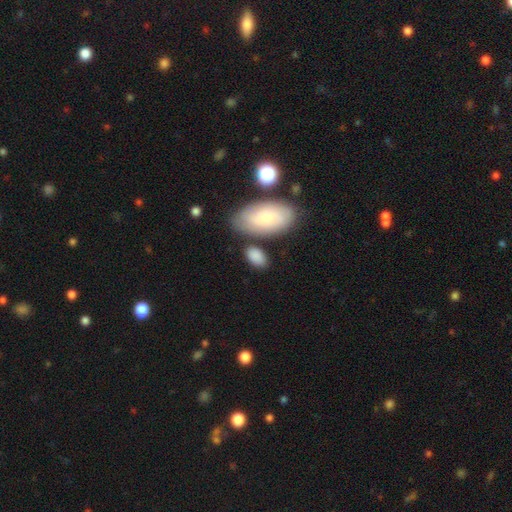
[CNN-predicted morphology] type=smooth (83%); roundness=in between (91%); merging=none (66%).